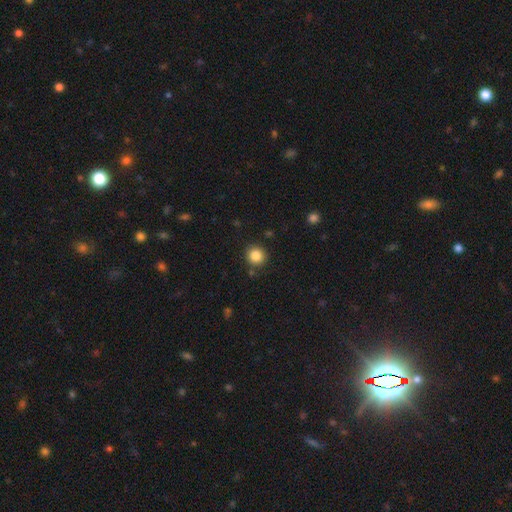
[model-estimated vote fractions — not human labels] Smooth or featured?
  - smooth: 85% *
  - star or artifact: 10%
  - featured or disk: 5%
How rounded?
  - round: 92% *
  - in between: 7%
  - cigar-shaped: 1%
Merging?
  - none: 88% *
  - minor disturbance: 7%
  - merger: 2%
  - major disturbance: 2%